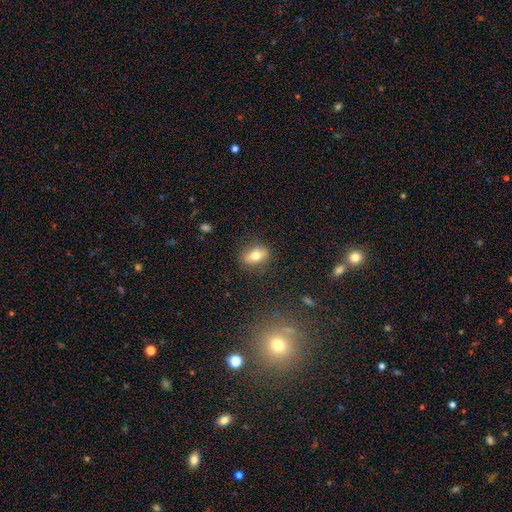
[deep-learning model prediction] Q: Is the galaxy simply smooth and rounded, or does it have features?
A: smooth — 67%.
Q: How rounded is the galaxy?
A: in between — 77%.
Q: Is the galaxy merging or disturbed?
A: none — 83%.